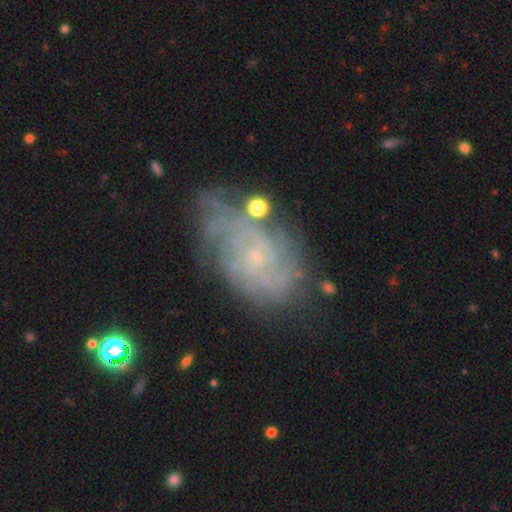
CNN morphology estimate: This is likely a featured or disk galaxy (76%). It is clearly not viewed edge-on (96%). Bar: likely no (72%). Spiral arm pattern: clearly yes (90%). Spiral arm count: possibly can't tell (47%). Spiral winding: likely tight (61%). Central bulge: likely small (79%). Merging: possibly none (59%).